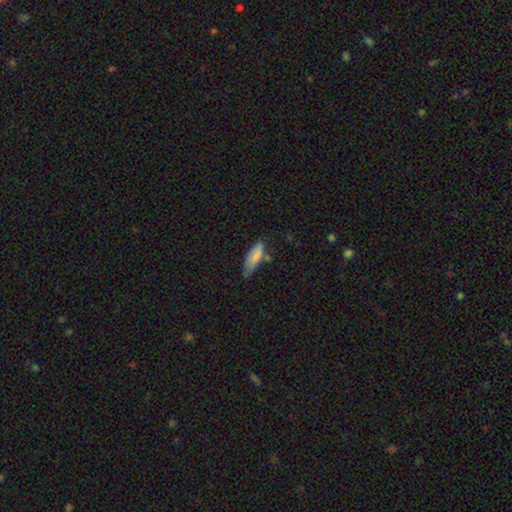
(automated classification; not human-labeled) This is clearly a smooth galaxy (82%). How rounded: possibly in between (53%). Merging: possibly none (55%).